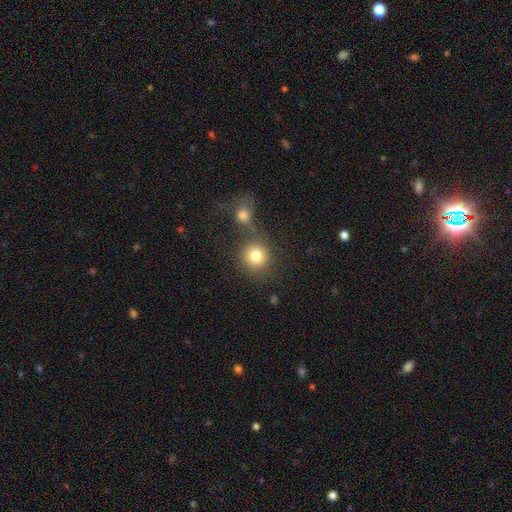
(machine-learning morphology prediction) Q: Smooth or featured?
A: smooth (81%); runner-up: star or artifact (11%)
Q: How rounded?
A: round (89%); runner-up: in between (10%)
Q: Merging?
A: none (61%); runner-up: merger (26%)